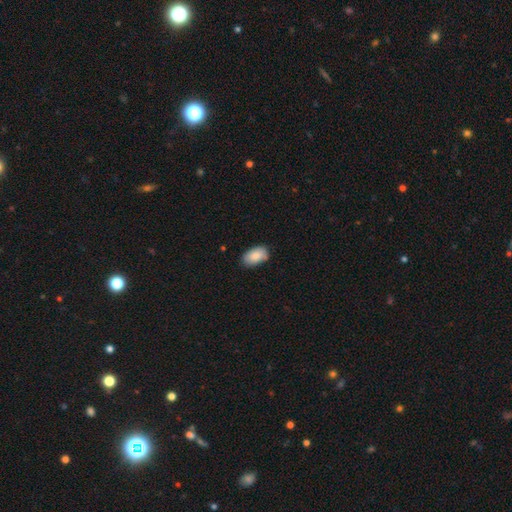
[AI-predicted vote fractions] Q: Smooth or featured?
A: smooth (87%); runner-up: featured or disk (7%)
Q: How rounded?
A: in between (93%); runner-up: round (5%)
Q: Merging?
A: none (80%); runner-up: minor disturbance (16%)